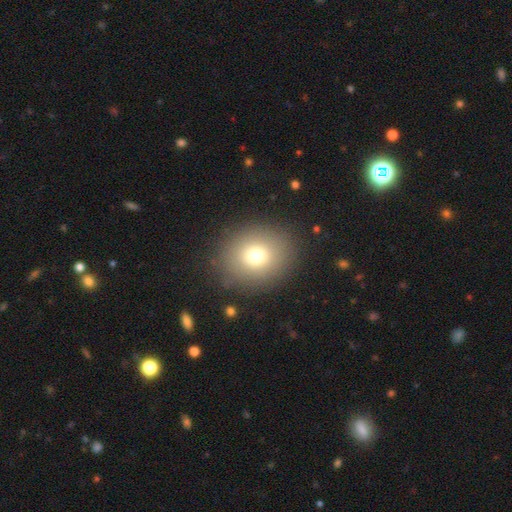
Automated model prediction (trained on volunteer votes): Morphology: type=smooth (74%); roundness=round (72%); merging=none (87%).